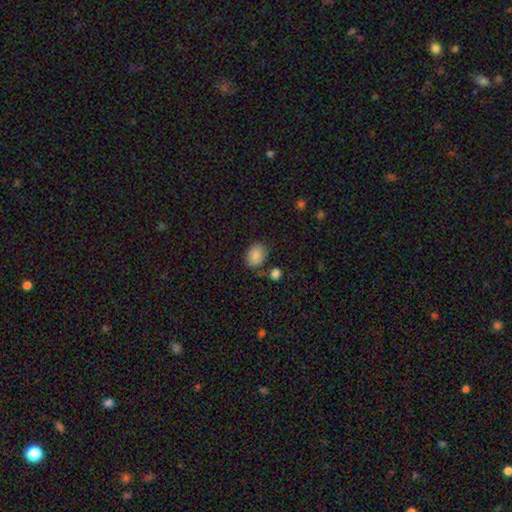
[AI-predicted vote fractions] This is clearly a smooth galaxy (86%). How rounded: possibly in between (58%). Merging: likely none (73%).